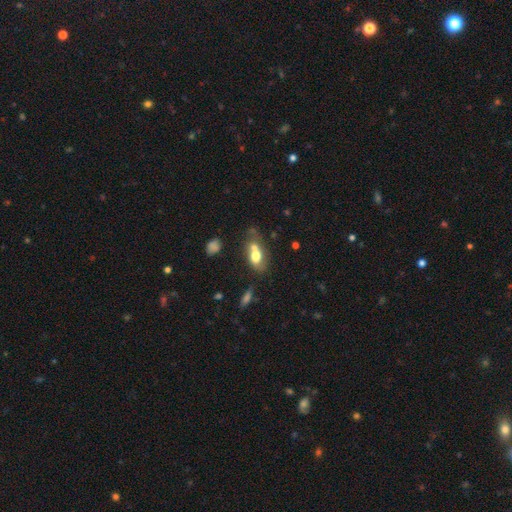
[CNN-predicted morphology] Smooth or featured? Predicted: smooth (p=0.67). How rounded? Predicted: in between (p=0.75). Merging? Predicted: merger (p=0.48).